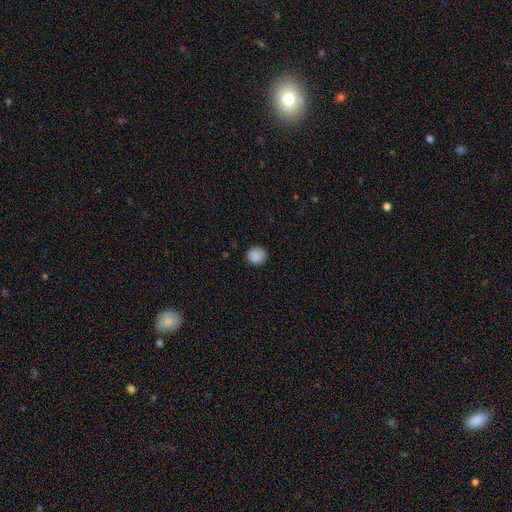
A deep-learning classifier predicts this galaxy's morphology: type=smooth (88%); roundness=round (90%); merging=none (89%).